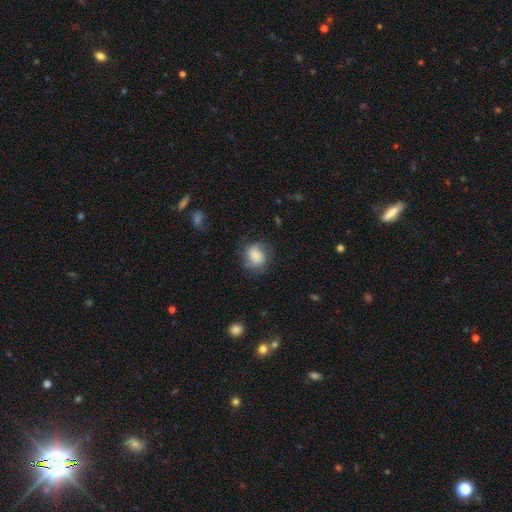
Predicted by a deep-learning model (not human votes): Smooth or featured? Predicted: smooth (p=0.70). How rounded? Predicted: round (p=0.60). Merging? Predicted: none (p=0.67).